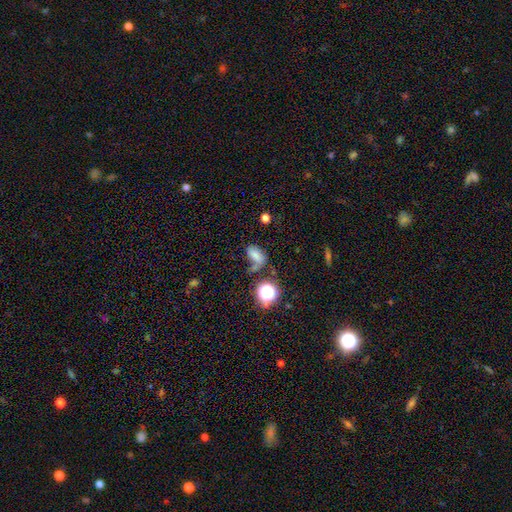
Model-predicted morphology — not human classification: A smooth galaxy with no disk features (65%) that is in between round and cigar-shaped (80%).

Vote fractions:
- Smooth or featured? smooth: 65% / star or artifact: 21% / featured or disk: 14%
- How rounded? in between: 80% / round: 16% / cigar-shaped: 4%
- Merging? none: 38% / minor disturbance: 22% / merger: 21% / major disturbance: 19%